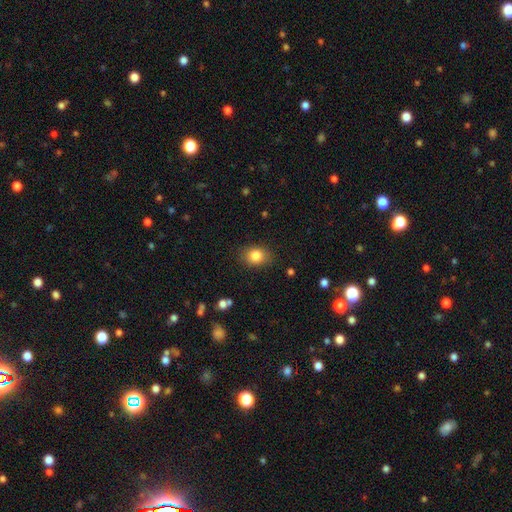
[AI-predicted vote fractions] smooth-or-featured: smooth: 84% | star or artifact: 10% | featured or disk: 7%
  how-rounded: in between: 54% | round: 45% | cigar-shaped: 1%
  merging: none: 83% | minor disturbance: 12% | major disturbance: 3% | merger: 1%